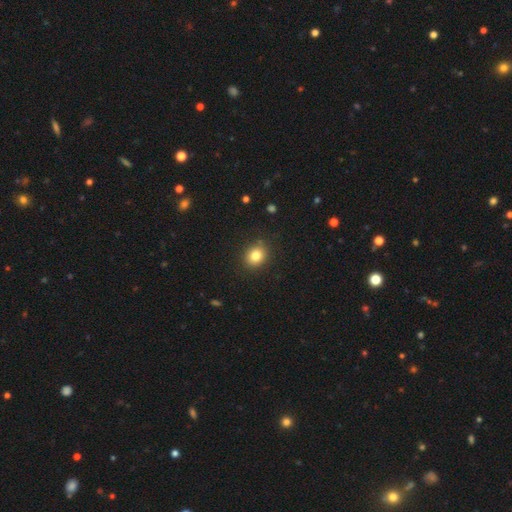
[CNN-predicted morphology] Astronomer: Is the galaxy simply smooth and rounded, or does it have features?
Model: smooth — 83%.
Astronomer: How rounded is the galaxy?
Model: round — 69%.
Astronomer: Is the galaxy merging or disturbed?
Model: none — 88%.